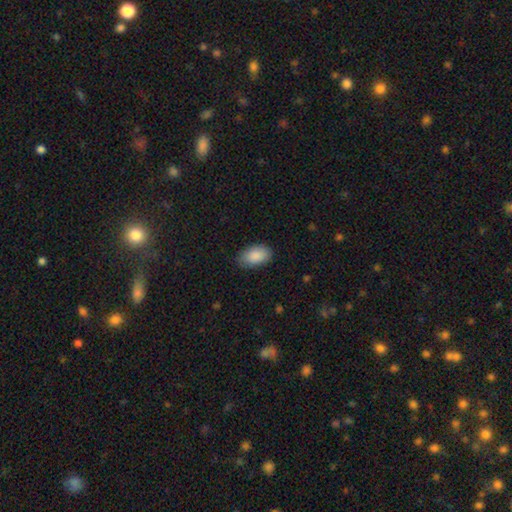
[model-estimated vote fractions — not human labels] Smooth or featured: smooth — 89% (star or artifact — 6%)
How rounded: in between — 94% (round — 5%)
Merging: none — 82% (minor disturbance — 14%)